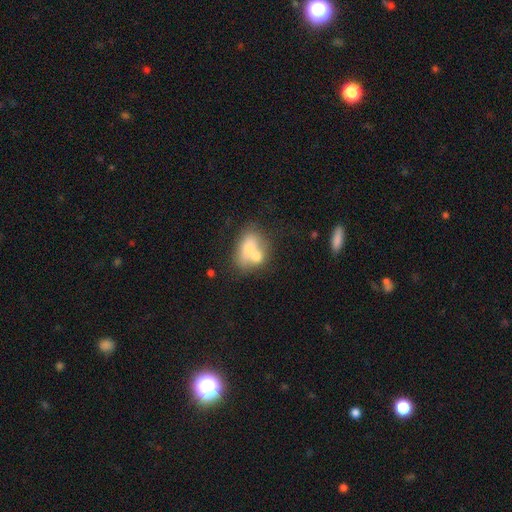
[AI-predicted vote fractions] Q: Smooth or featured?
A: smooth (63%); runner-up: featured or disk (29%)
Q: How rounded?
A: in between (67%); runner-up: round (31%)
Q: Merging?
A: merger (64%); runner-up: none (22%)